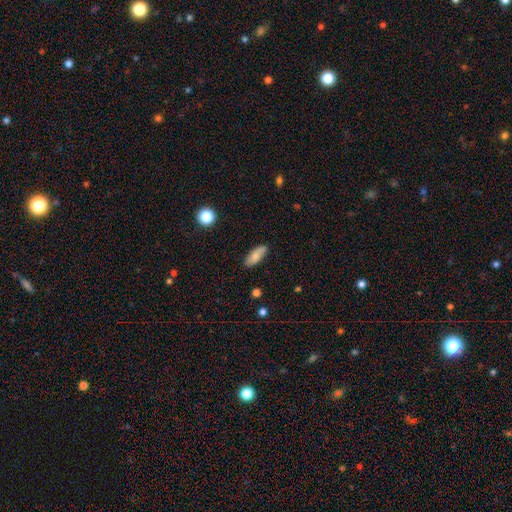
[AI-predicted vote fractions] A smooth galaxy with no disk features (78%) that is in between round and cigar-shaped (72%).

Vote fractions:
- Smooth or featured? smooth: 78% / featured or disk: 15% / star or artifact: 7%
- How rounded? in between: 72% / cigar-shaped: 25% / round: 3%
- Merging? none: 83% / minor disturbance: 13% / major disturbance: 2% / merger: 1%